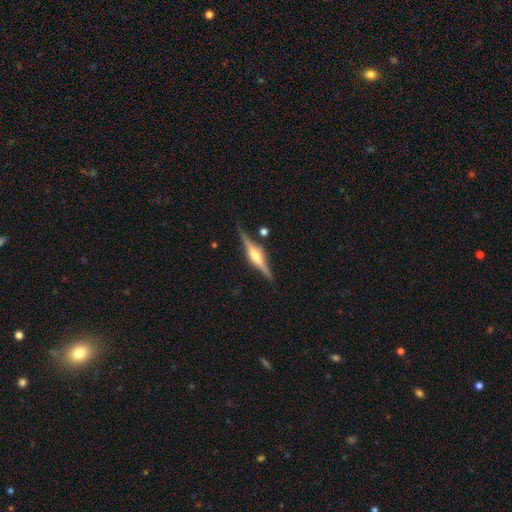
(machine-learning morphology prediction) Smooth or featured? Predicted: featured or disk (p=0.80). Edge-on disk? Predicted: yes (p=0.98). Edge-on bulge? Predicted: rounded (p=0.88). Merging? Predicted: none (p=0.86).